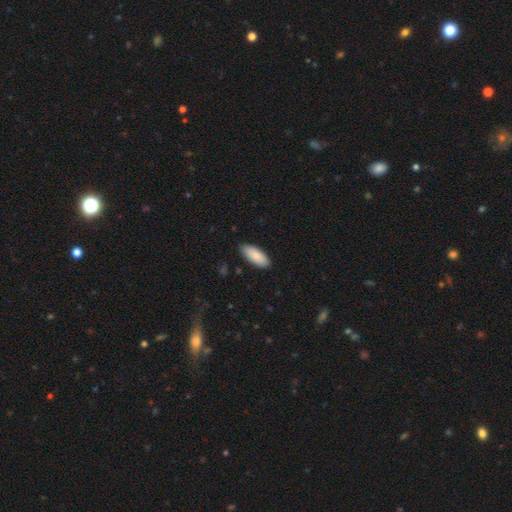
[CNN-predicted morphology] Q: Smooth or featured?
A: smooth (88%); runner-up: featured or disk (6%)
Q: How rounded?
A: in between (85%); runner-up: cigar-shaped (13%)
Q: Merging?
A: none (87%); runner-up: minor disturbance (10%)